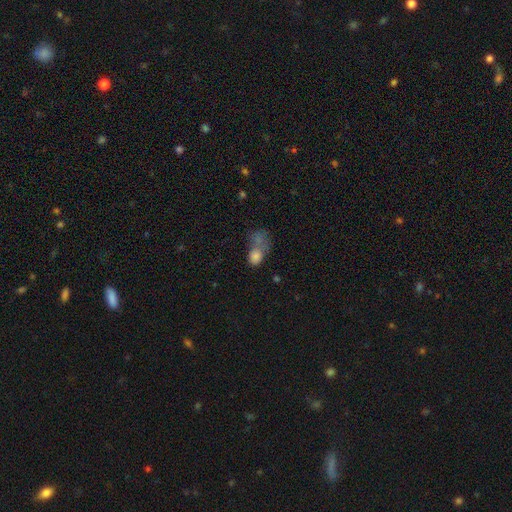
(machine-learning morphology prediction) Overall: smooth (74%). How rounded: in between (61%; round 36%). Merging: merger (51%; none 21%).